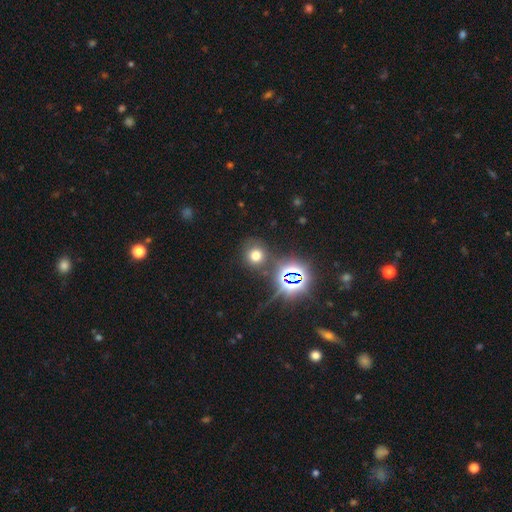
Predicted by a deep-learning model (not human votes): smooth_or_featured: smooth (p=0.63) [alt: star or artifact p=0.28]
how_rounded: round (p=0.87) [alt: in between p=0.12]
merging: none (p=0.79) [alt: minor disturbance p=0.10]